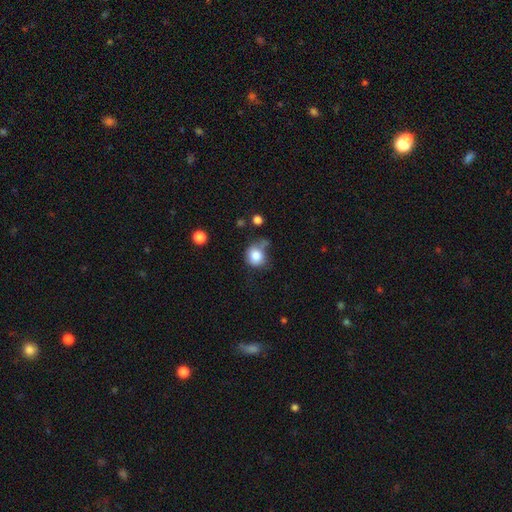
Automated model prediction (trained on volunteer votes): This is clearly a smooth galaxy (80%). How rounded: likely round (77%). Merging: marginally none (43%).